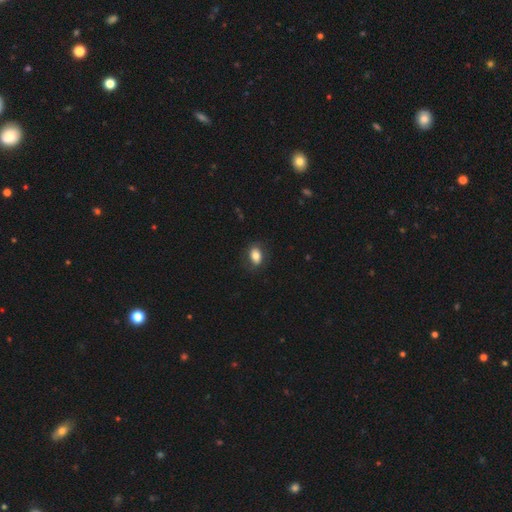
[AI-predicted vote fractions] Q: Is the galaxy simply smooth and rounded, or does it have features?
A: smooth — 78%.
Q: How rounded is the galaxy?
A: in between — 80%.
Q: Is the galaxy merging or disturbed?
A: none — 80%.